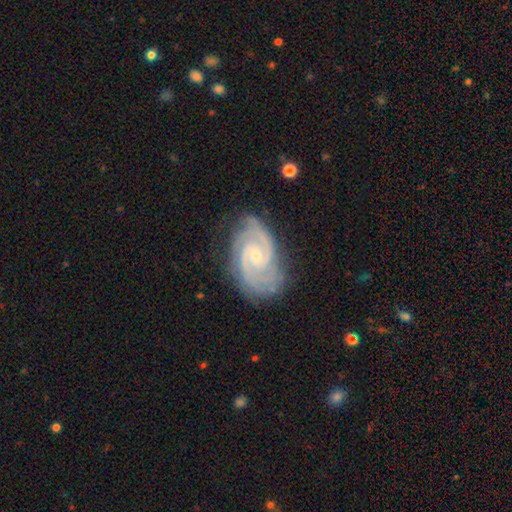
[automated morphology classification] featured or disk 92%, star or artifact 4%, smooth 3%. Down the decision tree: edge-on disk — no (98%); bar — no (47%); spiral arms — yes (99%); spiral arm count — 2 (73%); spiral winding — tight (60%); bulge size — small (74%); merging — none (79%).